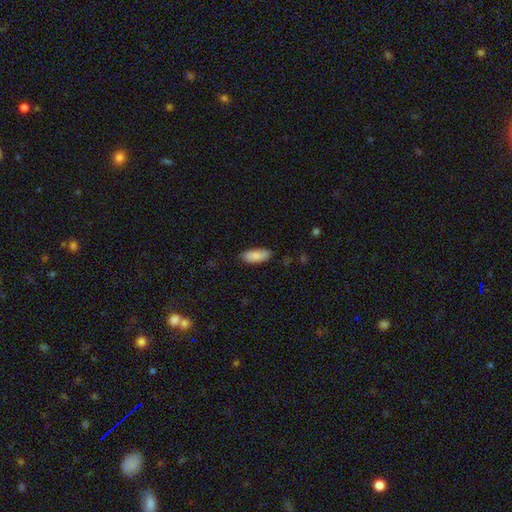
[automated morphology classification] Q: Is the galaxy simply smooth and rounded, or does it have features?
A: smooth — 87%.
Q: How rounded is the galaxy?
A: in between — 81%.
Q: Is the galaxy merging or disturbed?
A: none — 82%.